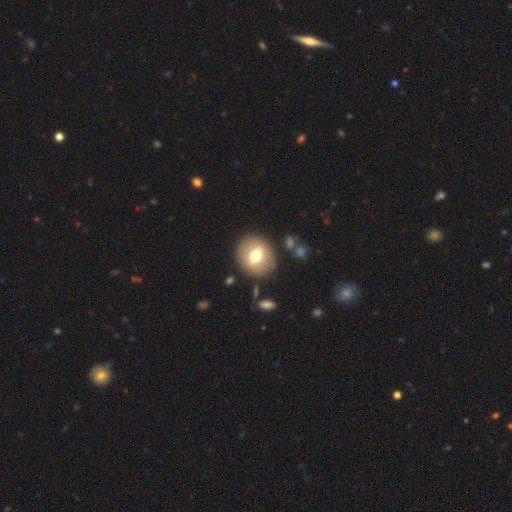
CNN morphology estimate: This is possibly a smooth galaxy (54%). How rounded: likely round (74%). Merging: clearly none (85%).